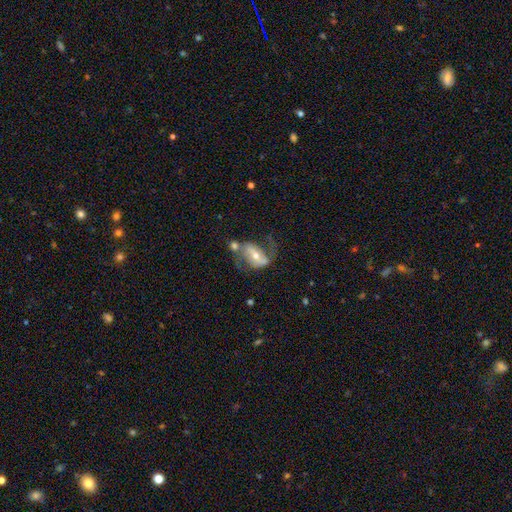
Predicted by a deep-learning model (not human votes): Smooth or featured? featured or disk (72%)
Edge-on disk? no (94%)
Bar? strong (46%)
Spiral arms? yes (80%)
Spiral winding? loose (49%)
Spiral arm count? 2 (83%)
Bulge size? moderate (59%)
Merging? none (40%)